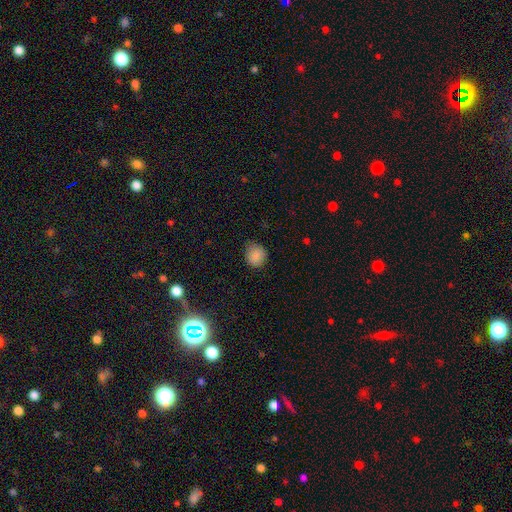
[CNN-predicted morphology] Overall: smooth (85%). How rounded: round (76%). Merging: none (75%).